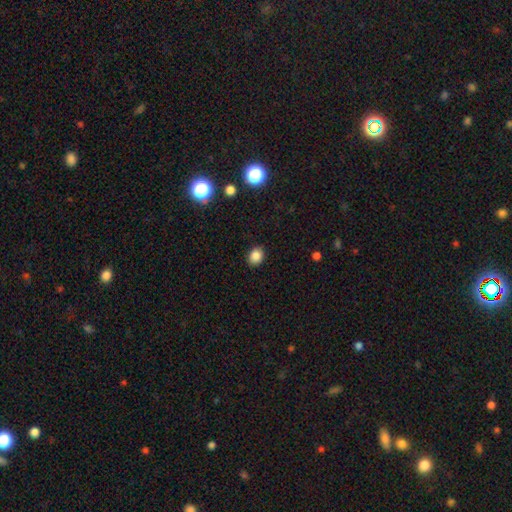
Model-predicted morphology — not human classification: Smooth or featured? smooth (85%)
How rounded? round (58%)
Merging? none (89%)